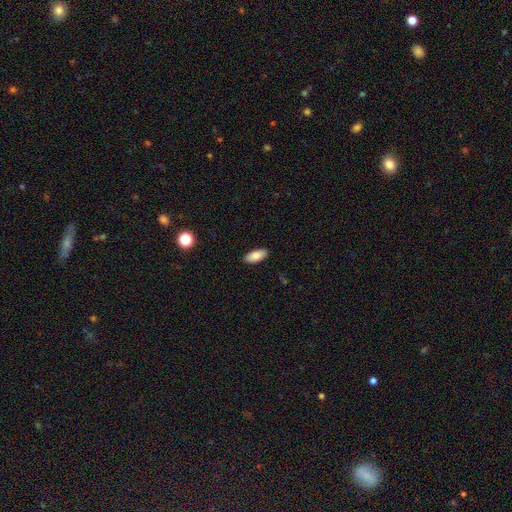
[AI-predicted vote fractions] Overall: smooth (85%). How rounded: in between (87%). Merging: none (90%).